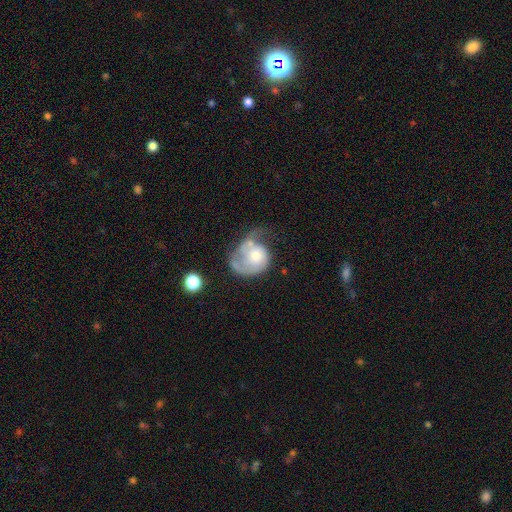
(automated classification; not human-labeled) Morphology: type=featured or disk (62%); edge-on=no (98%); bar=no (80%); spiral arms=yes (76%); bulge=moderate (51%); merging=major disturbance (43%).